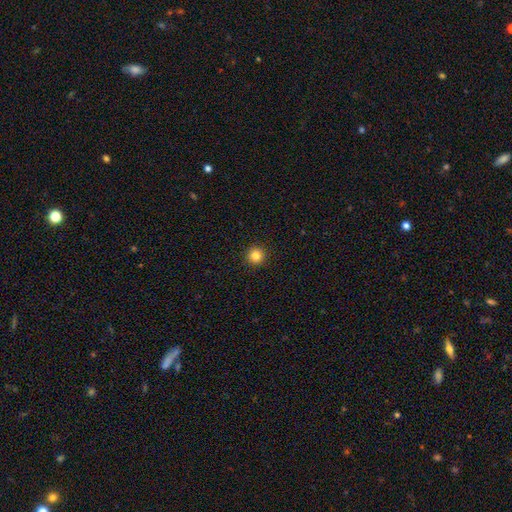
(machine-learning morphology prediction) The model was most divided on "smooth or featured": smooth: 84%, star or artifact: 12%, featured or disk: 5%. More confident: how rounded — round (96%); merging — none (93%).